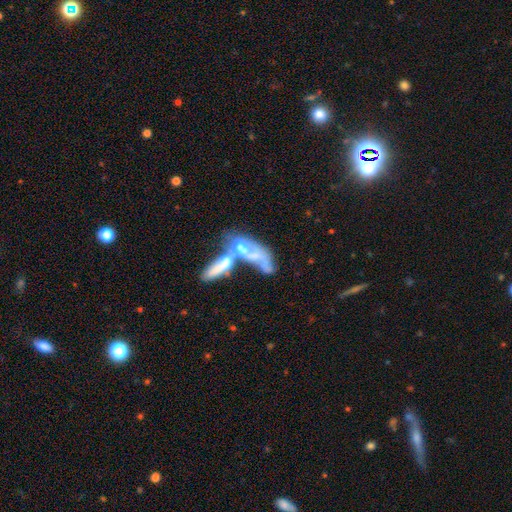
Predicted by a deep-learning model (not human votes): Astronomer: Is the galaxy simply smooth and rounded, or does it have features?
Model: featured or disk — 51% (runner-up: smooth, 39%).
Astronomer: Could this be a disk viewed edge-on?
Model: no — 83%.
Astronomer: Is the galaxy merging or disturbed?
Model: merger — 67%.